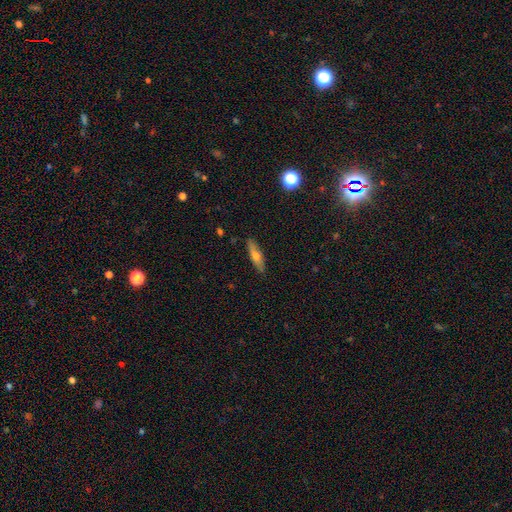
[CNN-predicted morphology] smooth-or-featured: smooth: 54% | featured or disk: 39% | star or artifact: 7%
  how-rounded: cigar-shaped: 72% | in between: 26% | round: 2%
  merging: none: 88% | minor disturbance: 9% | major disturbance: 2% | merger: 1%